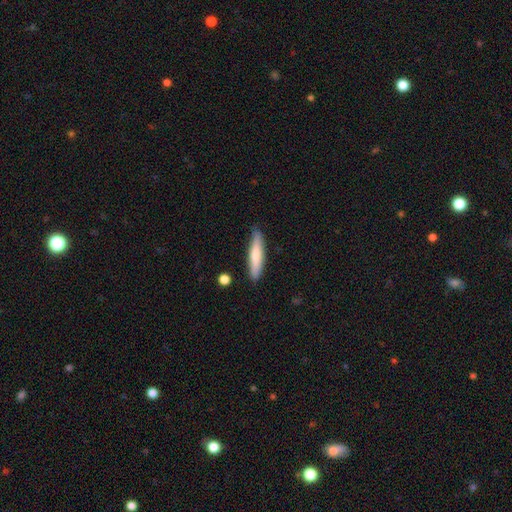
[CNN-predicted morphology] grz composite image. It shows a smooth galaxy with no disk features (71%) that is cigar-shaped (84%). Merging: none (83%).